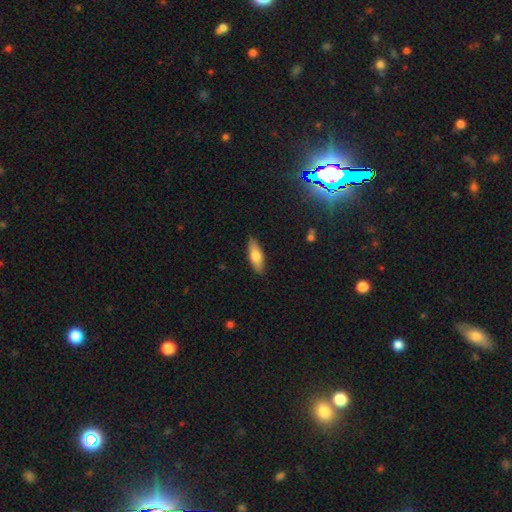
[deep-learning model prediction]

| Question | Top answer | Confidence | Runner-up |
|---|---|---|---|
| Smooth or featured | smooth | 72% | featured or disk (22%) |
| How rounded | in between | 61% | cigar-shaped (37%) |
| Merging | none | 88% | minor disturbance (9%) |